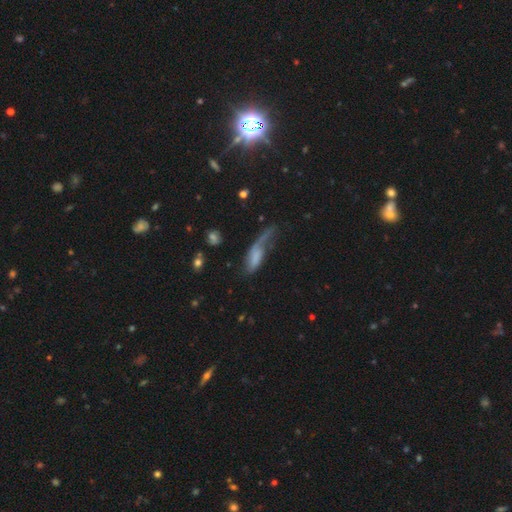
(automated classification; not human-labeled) A smooth galaxy with no disk features (48%).

Vote fractions:
- Smooth or featured? smooth: 48% / featured or disk: 42% / star or artifact: 10%
- Merging? major disturbance: 47% / minor disturbance: 24% / none: 23% / merger: 7%